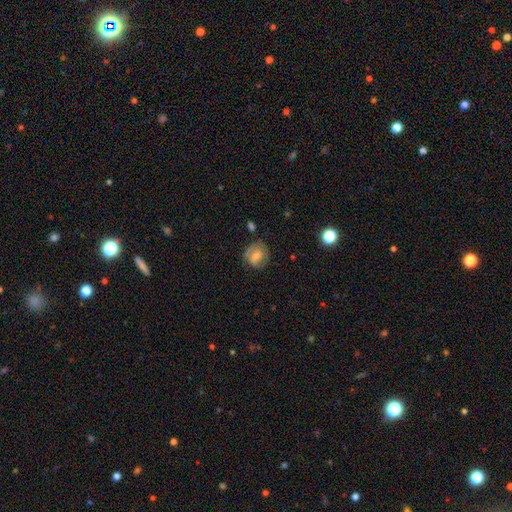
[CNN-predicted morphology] The model was most divided on "smooth or featured": smooth: 57%, featured or disk: 34%, star or artifact: 9%. More confident: how rounded — round (69%); merging — none (64%).